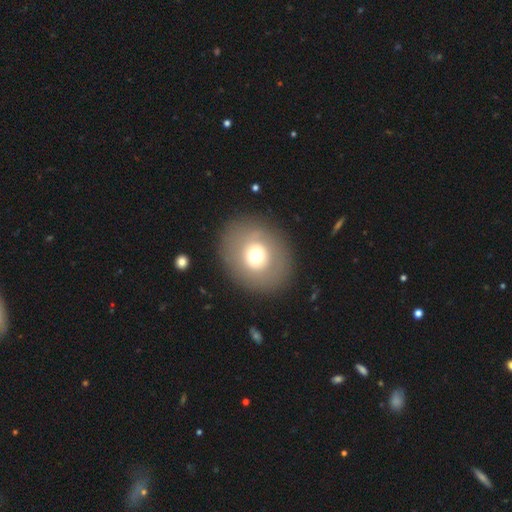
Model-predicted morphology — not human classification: This is likely a smooth galaxy (62%). How rounded: likely round (71%). Merging: clearly none (85%).